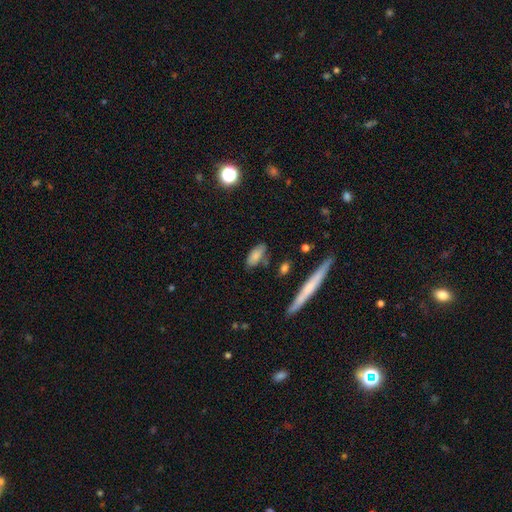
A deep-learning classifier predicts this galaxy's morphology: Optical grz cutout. It shows a smooth galaxy with no disk features (79%) that is in between round and cigar-shaped (84%). Merging: none (69%).